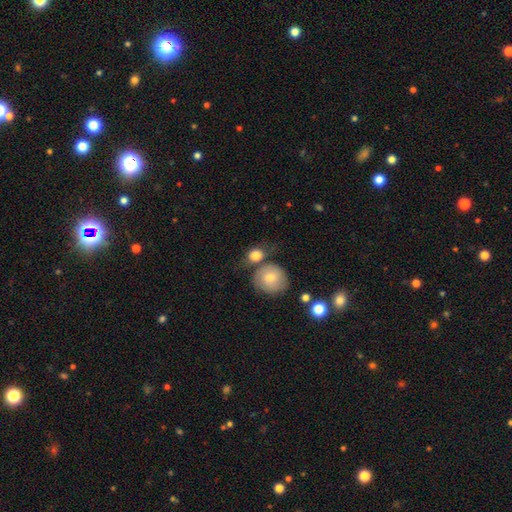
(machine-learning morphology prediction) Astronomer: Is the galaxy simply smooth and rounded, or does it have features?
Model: smooth — 78%.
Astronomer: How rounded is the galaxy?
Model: round — 62%.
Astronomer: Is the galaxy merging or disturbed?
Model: none — 46% (runner-up: merger, 31%).